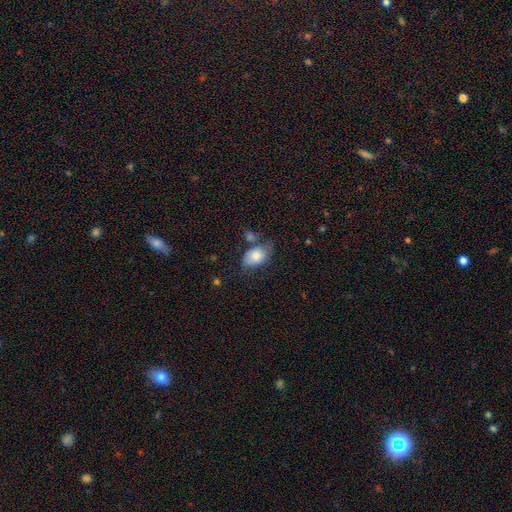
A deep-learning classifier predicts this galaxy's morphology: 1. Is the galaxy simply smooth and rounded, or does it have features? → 77% smooth, 16% featured or disk, 7% star or artifact.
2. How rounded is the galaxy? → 88% in between, 11% round, 1% cigar-shaped.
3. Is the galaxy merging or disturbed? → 51% none, 27% minor disturbance, 13% merger, 9% major disturbance.